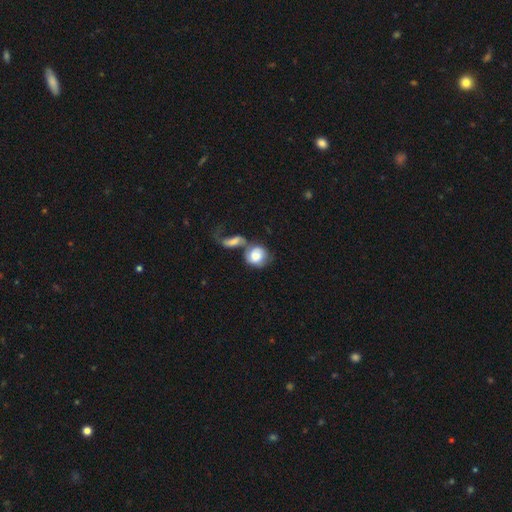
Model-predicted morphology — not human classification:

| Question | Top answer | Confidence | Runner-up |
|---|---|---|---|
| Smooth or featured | smooth | 68% | featured or disk (25%) |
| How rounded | round | 73% | in between (25%) |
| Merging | merger | 56% | none (20%) |